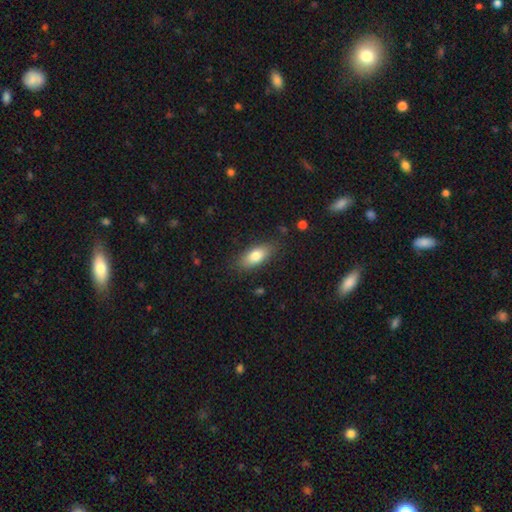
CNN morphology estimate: Smooth or featured?
  - smooth: 78% *
  - featured or disk: 16%
  - star or artifact: 7%
How rounded?
  - in between: 83% *
  - cigar-shaped: 14%
  - round: 4%
Merging?
  - none: 83% *
  - minor disturbance: 12%
  - major disturbance: 3%
  - merger: 1%